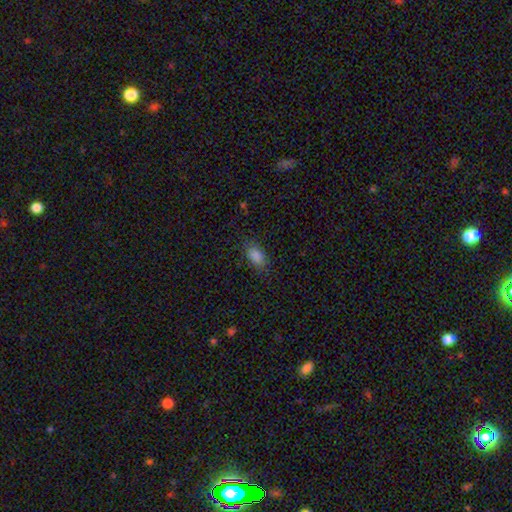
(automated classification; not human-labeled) Smooth or featured?
  - smooth: 85% *
  - star or artifact: 11%
  - featured or disk: 4%
How rounded?
  - in between: 89% *
  - round: 7%
  - cigar-shaped: 4%
Merging?
  - none: 83% *
  - minor disturbance: 13%
  - major disturbance: 3%
  - merger: 1%